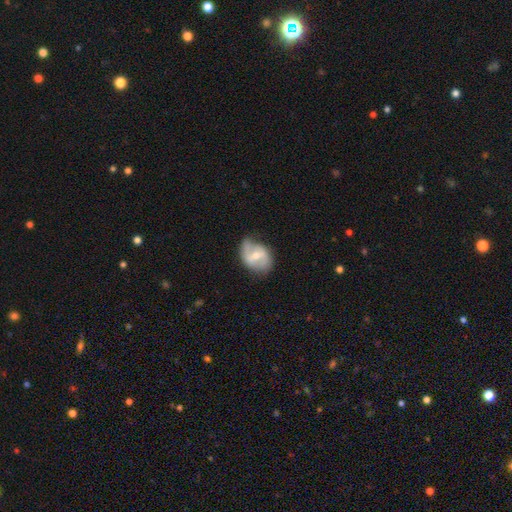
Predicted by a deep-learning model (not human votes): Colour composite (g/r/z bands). It shows a featured or disk galaxy (63%) with a weak bar (50%), spiral arms (74%) and a moderate central bulge (56%). Merging: none (61%).